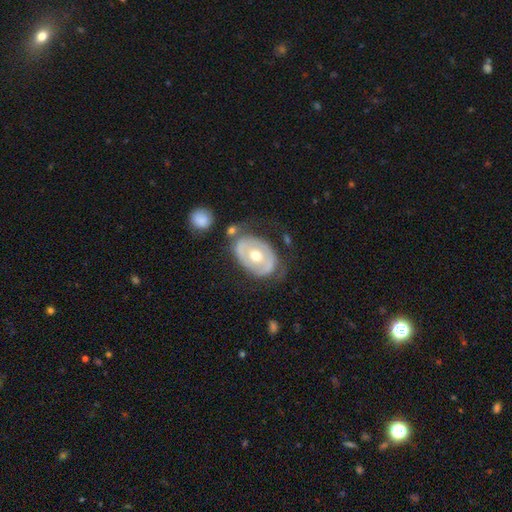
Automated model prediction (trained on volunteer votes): smooth_or_featured: featured or disk (p=0.64) [alt: smooth p=0.30]
disk_edge_on: no (p=0.94) [alt: yes p=0.06]
bar: no (p=0.67) [alt: weak p=0.22]
has_spiral_arms: no (p=0.62) [alt: yes p=0.38]
bulge_size: moderate (p=0.73) [alt: small p=0.22]
merging: none (p=0.56) [alt: minor disturbance p=0.23]